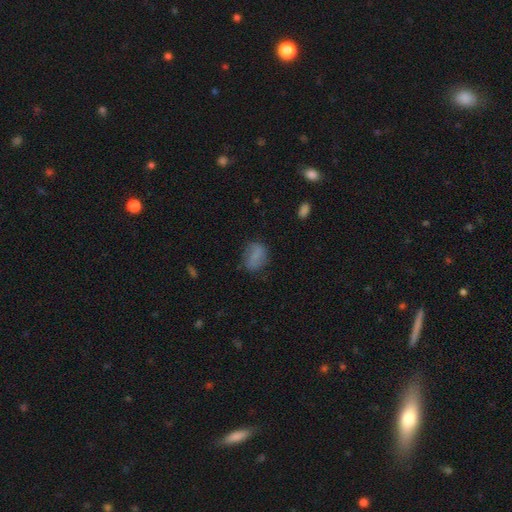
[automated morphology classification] type=smooth (73%); roundness=in between (63%); merging=none (73%).